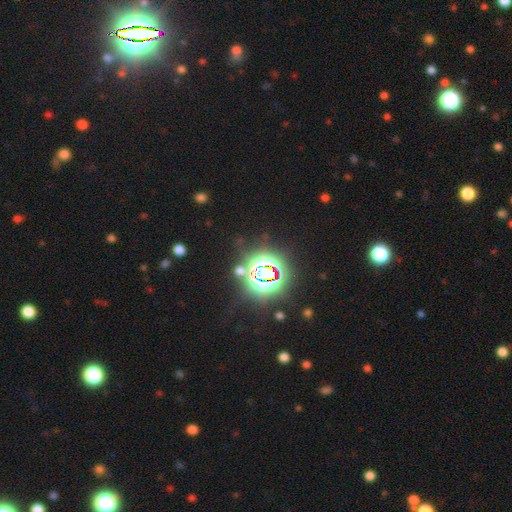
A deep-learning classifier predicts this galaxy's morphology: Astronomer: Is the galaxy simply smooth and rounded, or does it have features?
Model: star or artifact — 85%.